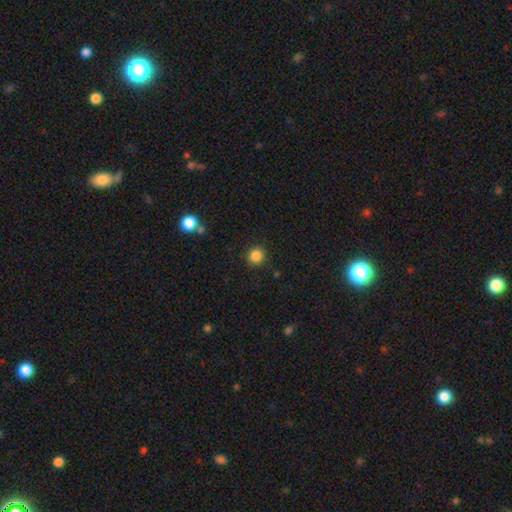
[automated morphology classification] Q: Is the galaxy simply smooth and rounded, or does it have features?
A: smooth — 86%.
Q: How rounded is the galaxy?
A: round — 87%.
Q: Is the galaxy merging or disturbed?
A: none — 89%.